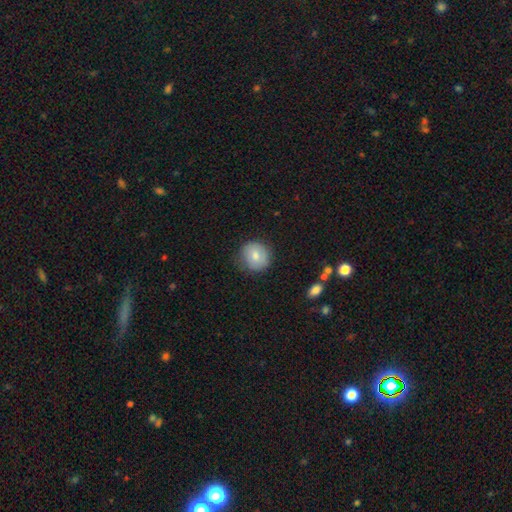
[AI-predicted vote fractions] Q: Smooth or featured?
A: smooth (78%); runner-up: featured or disk (15%)
Q: How rounded?
A: round (88%); runner-up: in between (11%)
Q: Merging?
A: none (79%); runner-up: minor disturbance (16%)